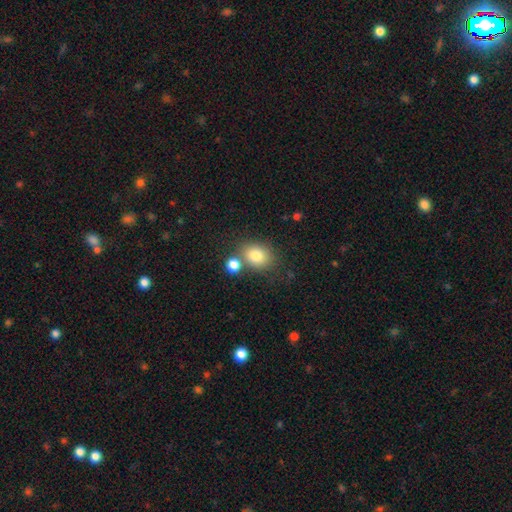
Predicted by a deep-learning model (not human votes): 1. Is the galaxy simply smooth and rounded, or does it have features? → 80% smooth, 10% star or artifact, 9% featured or disk.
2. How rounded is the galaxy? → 50% in between, 49% round, 1% cigar-shaped.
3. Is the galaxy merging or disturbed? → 62% none, 22% merger, 12% minor disturbance, 4% major disturbance.